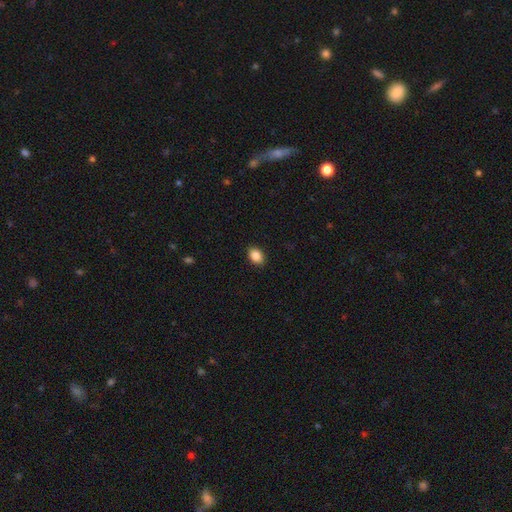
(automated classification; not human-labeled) Smooth or featured? Predicted: smooth (p=0.87). How rounded? Predicted: in between (p=0.80). Merging? Predicted: none (p=0.90).